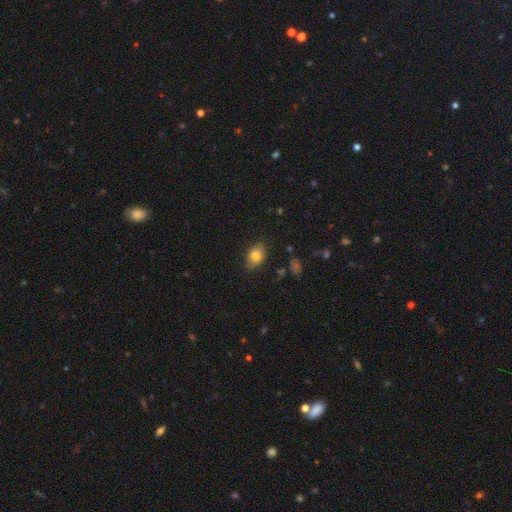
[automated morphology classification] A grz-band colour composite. It shows a smooth galaxy with no disk features (81%) that is in between round and cigar-shaped (77%). Merging: none (80%).